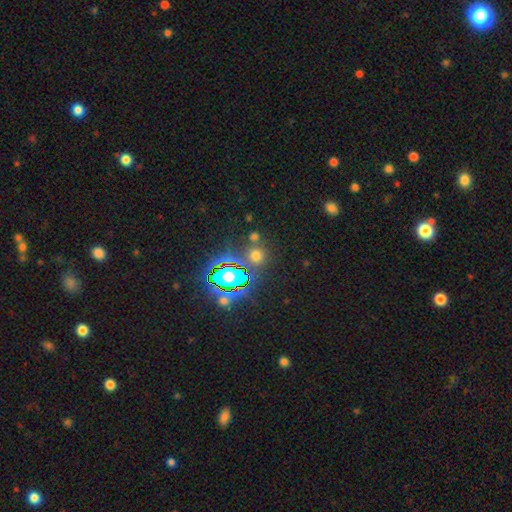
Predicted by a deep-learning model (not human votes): smooth-or-featured: smooth: 54% | star or artifact: 38% | featured or disk: 8%
  how-rounded: round: 88% | in between: 11% | cigar-shaped: 1%
  merging: none: 75% | merger: 13% | minor disturbance: 8% | major disturbance: 4%